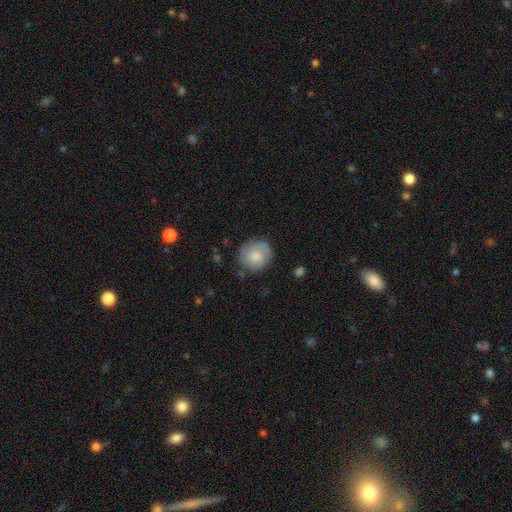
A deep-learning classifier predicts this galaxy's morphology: The model was most divided on "smooth or featured": smooth: 56%, featured or disk: 37%, star or artifact: 7%. More confident: how rounded — round (87%); merging — none (75%).